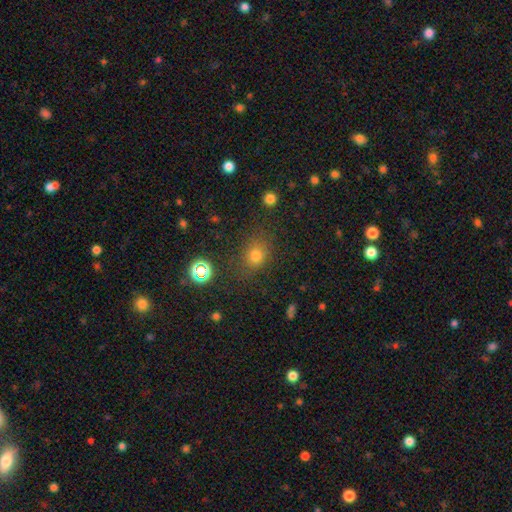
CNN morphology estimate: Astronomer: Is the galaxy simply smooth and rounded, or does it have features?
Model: smooth — 72%.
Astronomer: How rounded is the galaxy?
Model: round — 58% (runner-up: in between, 40%).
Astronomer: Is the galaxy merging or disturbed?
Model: none — 79%.